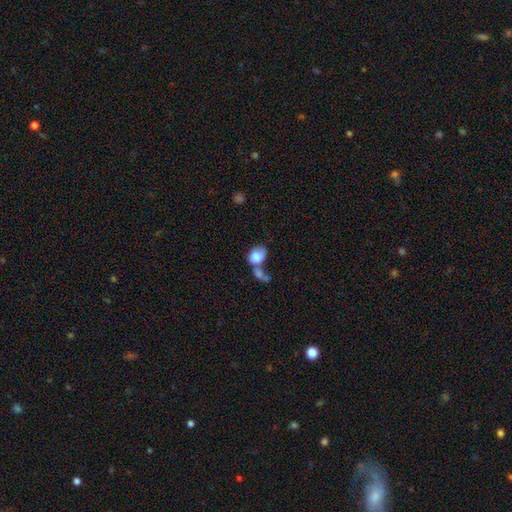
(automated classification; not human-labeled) smooth-or-featured: smooth: 74% | featured or disk: 18% | star or artifact: 8%
  how-rounded: in between: 72% | round: 26% | cigar-shaped: 1%
  merging: merger: 58% | major disturbance: 15% | none: 15% | minor disturbance: 11%